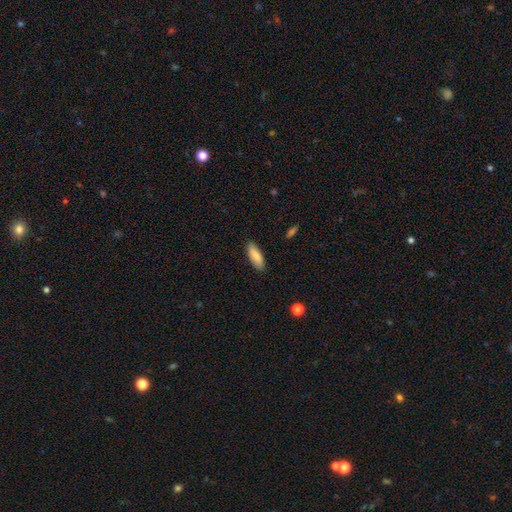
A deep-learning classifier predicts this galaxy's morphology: This appears to be a smooth galaxy with no disk features (83%) that is in between round and cigar-shaped (65%). Merging: none (86%).